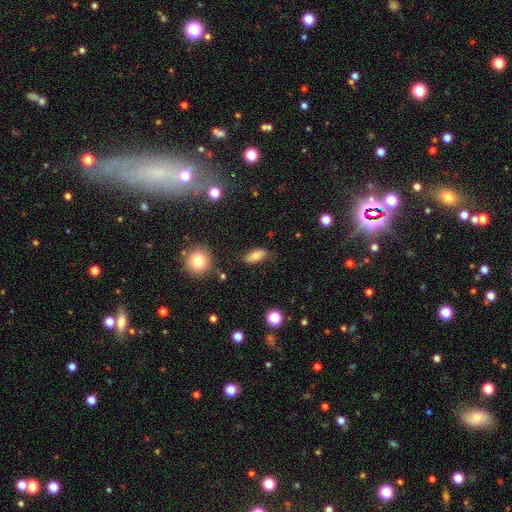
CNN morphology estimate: Smooth or featured: smooth — 76% (featured or disk — 15%)
How rounded: in between — 82% (cigar-shaped — 13%)
Merging: none — 73% (minor disturbance — 19%)